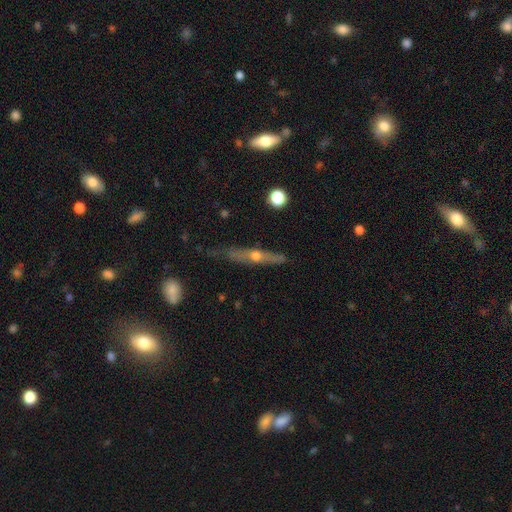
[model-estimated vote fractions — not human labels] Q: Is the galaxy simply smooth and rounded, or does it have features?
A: featured or disk — 69%.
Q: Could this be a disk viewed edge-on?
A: yes — 91%.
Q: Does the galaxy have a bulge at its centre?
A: rounded — 89%.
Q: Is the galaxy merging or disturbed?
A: none — 75%.